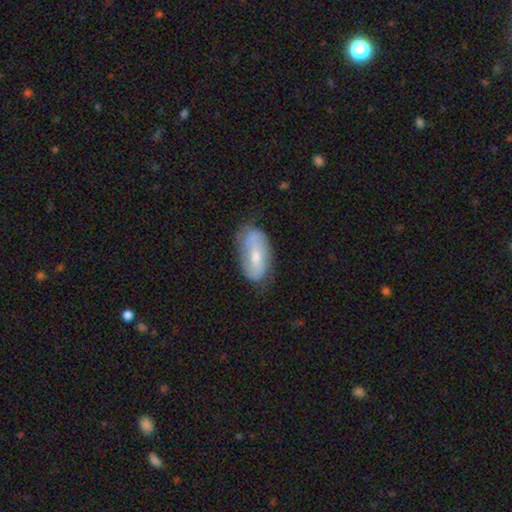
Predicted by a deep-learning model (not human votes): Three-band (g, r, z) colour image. It shows a featured or disk galaxy (53%). Merging: none (67%).